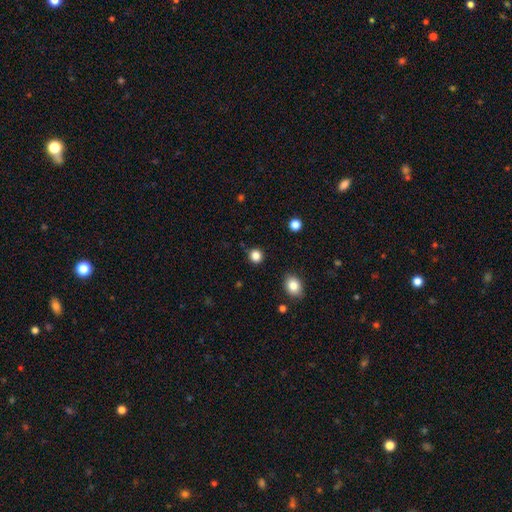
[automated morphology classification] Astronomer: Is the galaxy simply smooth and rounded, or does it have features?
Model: smooth — 84%.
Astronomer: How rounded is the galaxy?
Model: round — 89%.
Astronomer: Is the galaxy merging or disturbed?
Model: none — 89%.